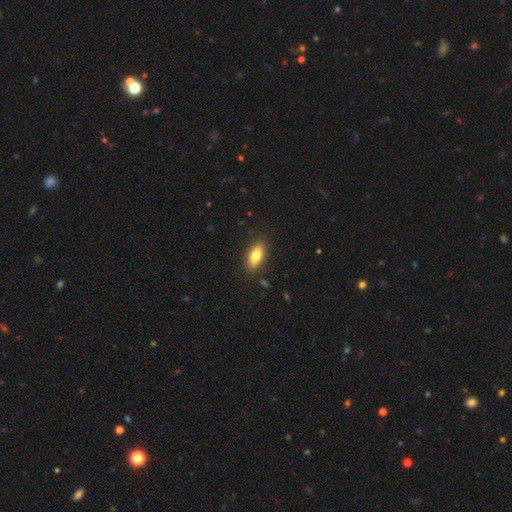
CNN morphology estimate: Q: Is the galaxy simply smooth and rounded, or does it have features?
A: smooth — 83%.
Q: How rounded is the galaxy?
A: in between — 84%.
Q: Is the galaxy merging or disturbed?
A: none — 87%.